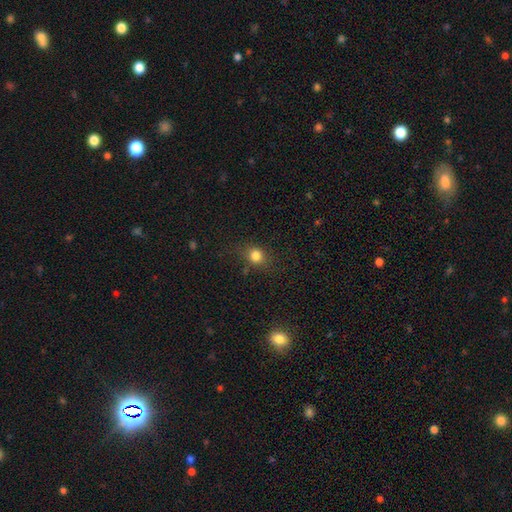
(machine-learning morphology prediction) smooth 80%, star or artifact 13%, featured or disk 7%. Down the decision tree: how rounded — round (67%); merging — none (76%).